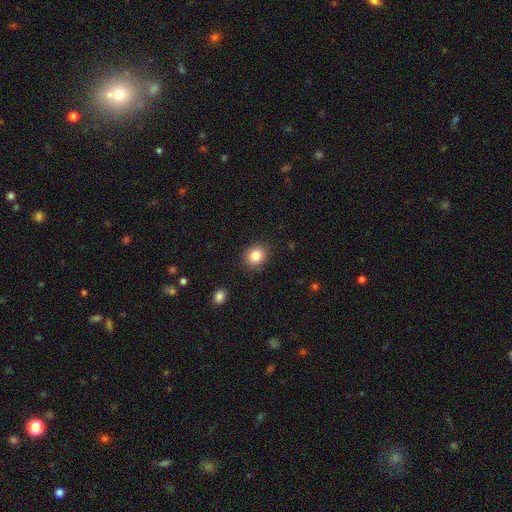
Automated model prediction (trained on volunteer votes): smooth 84%, star or artifact 10%, featured or disk 6%. Down the decision tree: how rounded — round (74%); merging — none (88%).